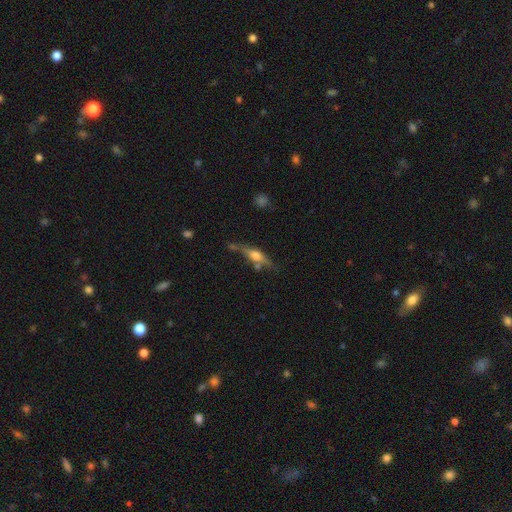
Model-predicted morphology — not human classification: Overall: featured or disk (66%). Edge-on disk: yes (93%). Edge-on bulge: rounded (88%). Merging: none (67%).